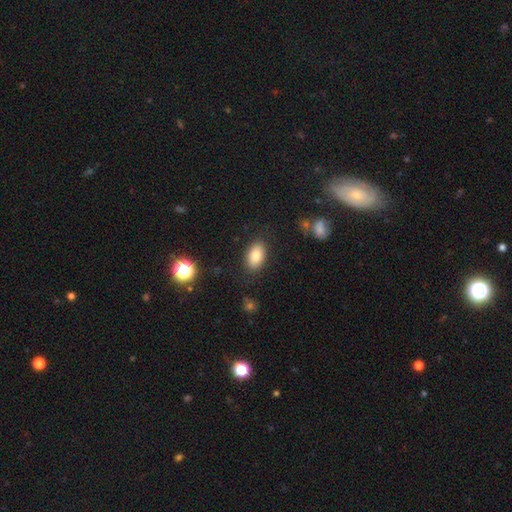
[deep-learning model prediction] This appears to be a smooth galaxy with no disk features (82%) that is in between round and cigar-shaped (92%). Merging: none (85%).